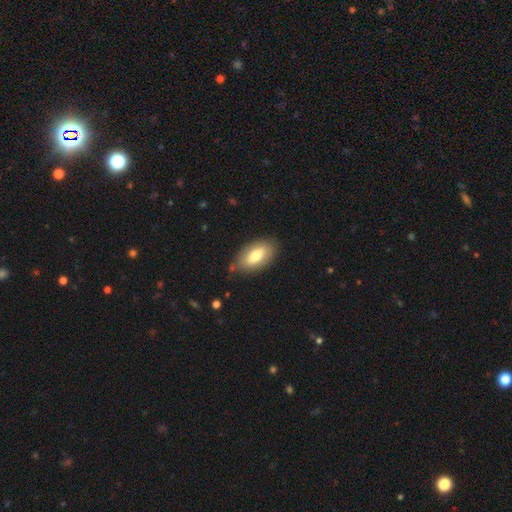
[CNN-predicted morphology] A smooth galaxy with no disk features (72%) that is in between round and cigar-shaped (93%).

Vote fractions:
- Smooth or featured? smooth: 72% / featured or disk: 22% / star or artifact: 7%
- How rounded? in between: 93% / round: 4% / cigar-shaped: 4%
- Merging? none: 79% / minor disturbance: 15% / major disturbance: 3% / merger: 2%